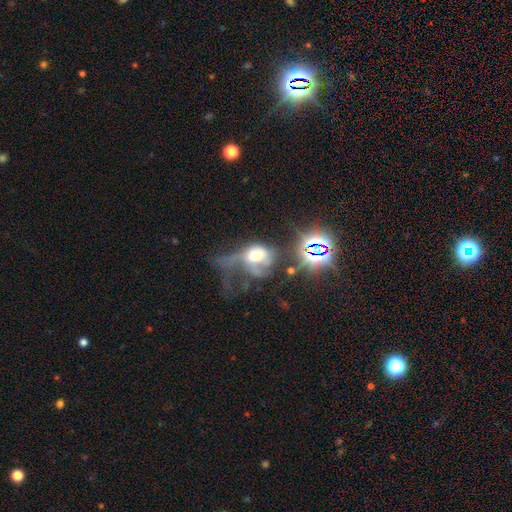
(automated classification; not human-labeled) A featured or disk galaxy (47%).

Vote fractions:
- Smooth or featured? featured or disk: 47% / smooth: 34% / star or artifact: 18%
- Merging? major disturbance: 59% / merger: 18% / none: 12% / minor disturbance: 11%